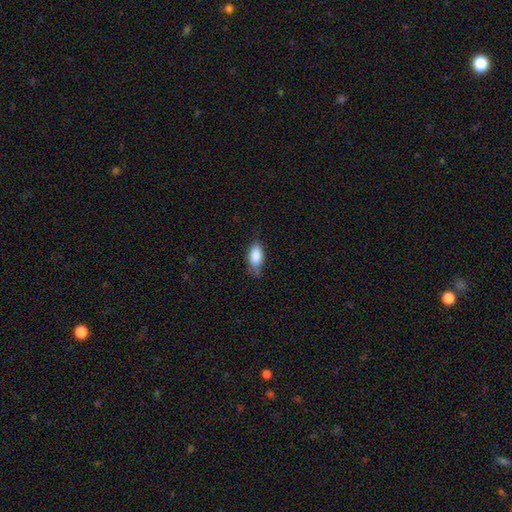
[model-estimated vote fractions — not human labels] Smooth or featured: smooth — 87% (featured or disk — 7%)
How rounded: in between — 89% (cigar-shaped — 8%)
Merging: none — 66% (minor disturbance — 28%)